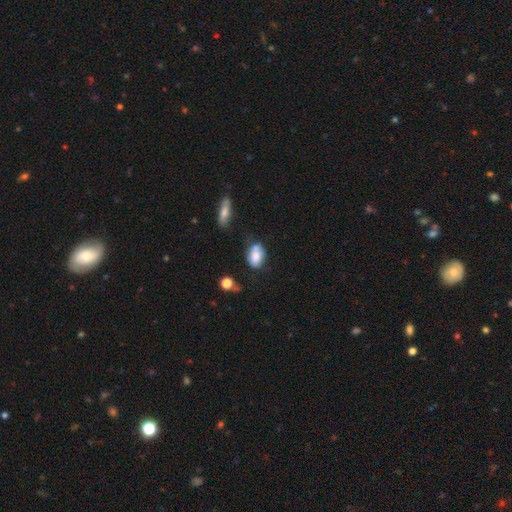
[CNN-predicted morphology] smooth_or_featured: smooth (p=0.78) [alt: featured or disk p=0.13]
how_rounded: in between (p=0.84) [alt: round p=0.14]
merging: none (p=0.48) [alt: minor disturbance p=0.27]